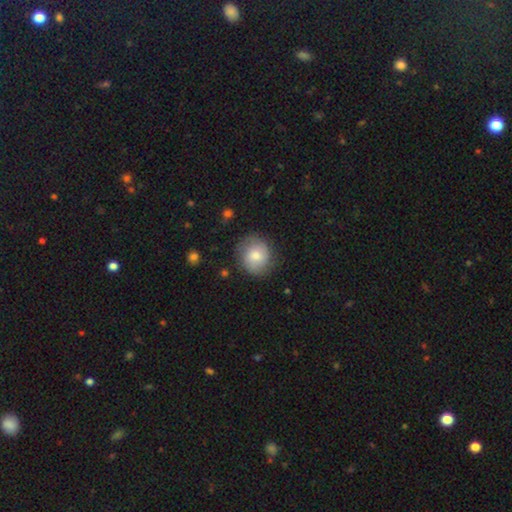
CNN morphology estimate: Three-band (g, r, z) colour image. It shows a smooth galaxy with no disk features (71%) that is round (83%). Merging: none (78%).